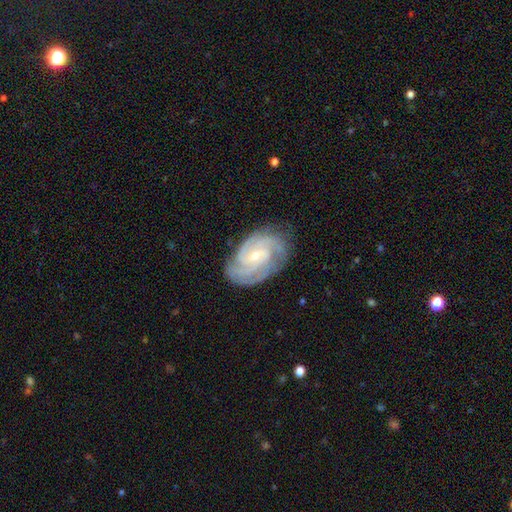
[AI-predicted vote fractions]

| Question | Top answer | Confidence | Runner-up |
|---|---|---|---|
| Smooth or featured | featured or disk | 89% | smooth (6%) |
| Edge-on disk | no | 97% | yes (3%) |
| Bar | no | 44% | weak (43%) |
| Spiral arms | yes | 98% | no (2%) |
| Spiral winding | tight | 65% | medium (30%) |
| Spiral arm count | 3 | 34% | 4 (30%) |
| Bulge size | small | 70% | moderate (27%) |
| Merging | none | 80% | minor disturbance (15%) |